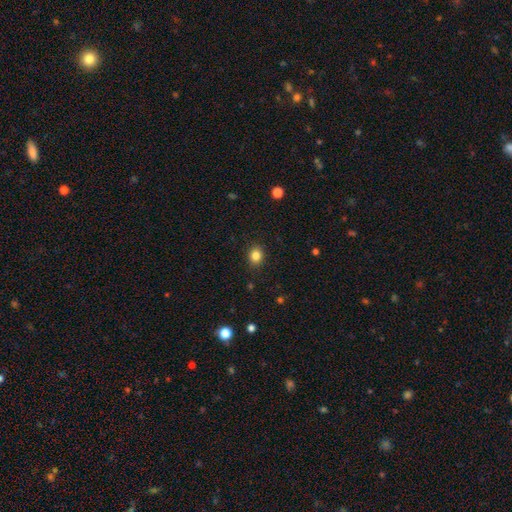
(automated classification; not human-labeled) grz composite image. It shows a smooth galaxy with no disk features (84%) that is round (60%). Merging: none (89%).